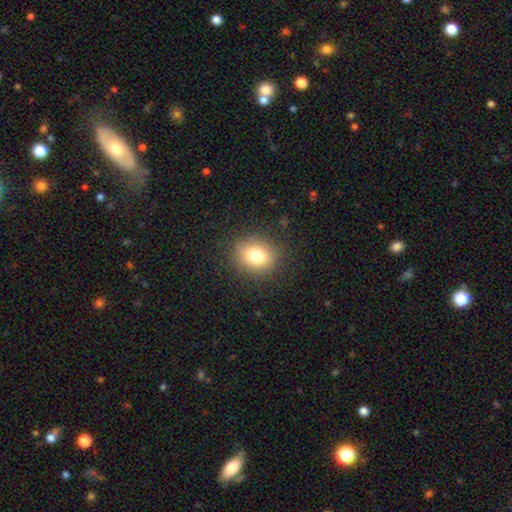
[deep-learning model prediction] Smooth or featured? smooth (78%)
How rounded? round (66%)
Merging? none (87%)